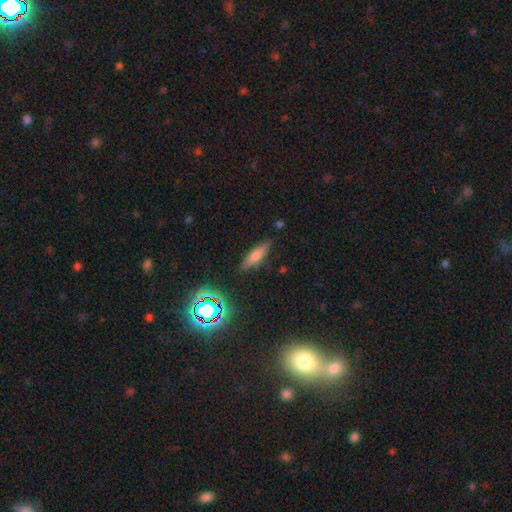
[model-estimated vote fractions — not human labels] smooth-or-featured: smooth: 56% | featured or disk: 30% | star or artifact: 14%
  how-rounded: cigar-shaped: 67% | in between: 30% | round: 3%
  merging: none: 84% | minor disturbance: 11% | major disturbance: 3% | merger: 2%